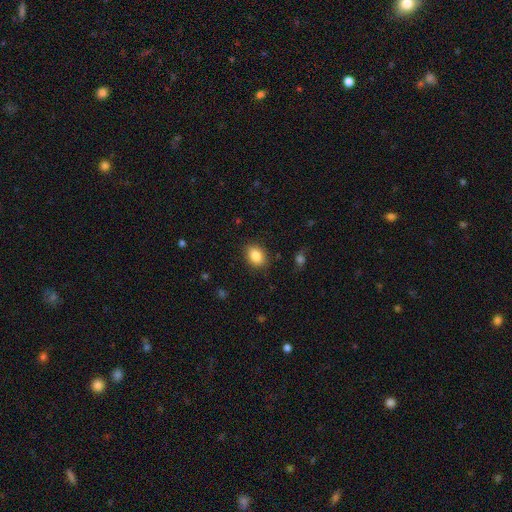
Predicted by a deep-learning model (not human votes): This appears to be a smooth galaxy with no disk features (86%) that is in between round and cigar-shaped (74%). Merging: none (86%).